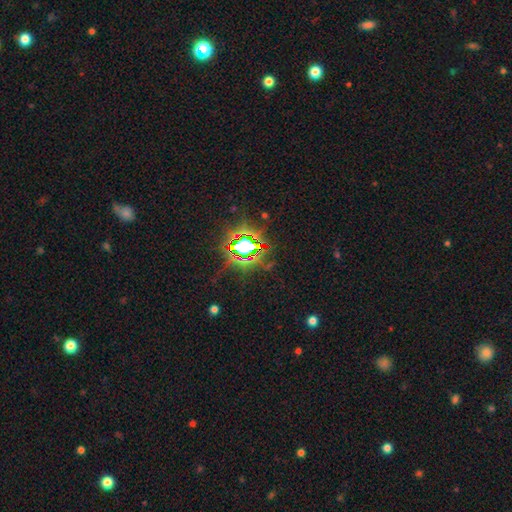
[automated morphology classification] Smooth or featured: star or artifact — 82% (smooth — 10%)